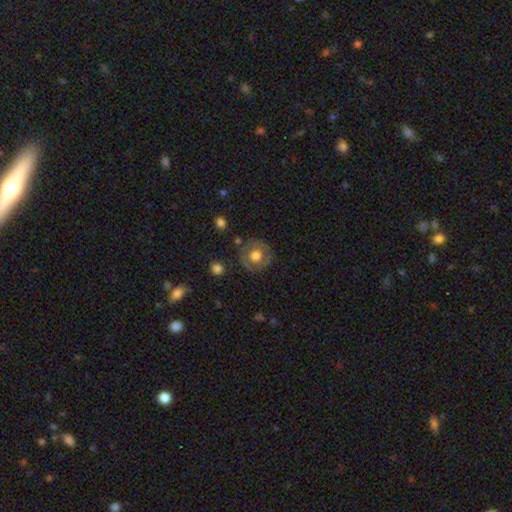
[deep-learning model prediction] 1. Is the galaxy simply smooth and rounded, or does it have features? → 52% smooth, 41% featured or disk, 7% star or artifact.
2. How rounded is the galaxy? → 89% round, 10% in between, 1% cigar-shaped.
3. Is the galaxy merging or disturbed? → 80% none, 13% minor disturbance, 5% major disturbance, 2% merger.